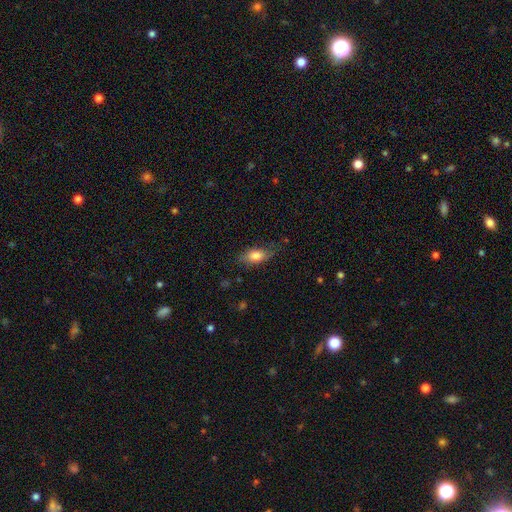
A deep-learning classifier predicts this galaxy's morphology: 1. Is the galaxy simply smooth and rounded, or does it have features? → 79% smooth, 14% featured or disk, 7% star or artifact.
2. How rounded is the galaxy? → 85% in between, 10% cigar-shaped, 5% round.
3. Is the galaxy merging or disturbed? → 70% none, 22% minor disturbance, 6% major disturbance, 1% merger.